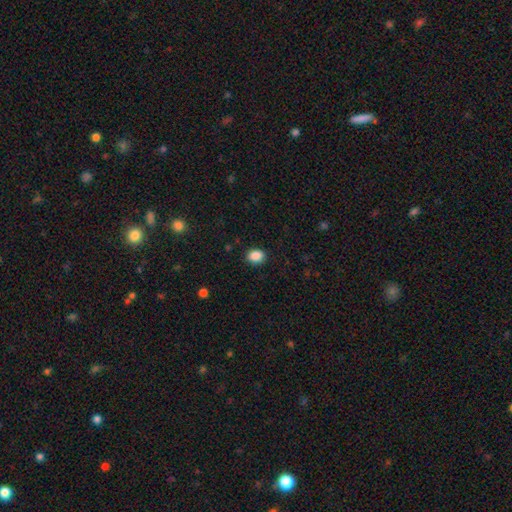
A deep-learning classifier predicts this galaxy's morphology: A smooth galaxy with no disk features (88%) that is in between round and cigar-shaped (61%). Merging: none (86%).